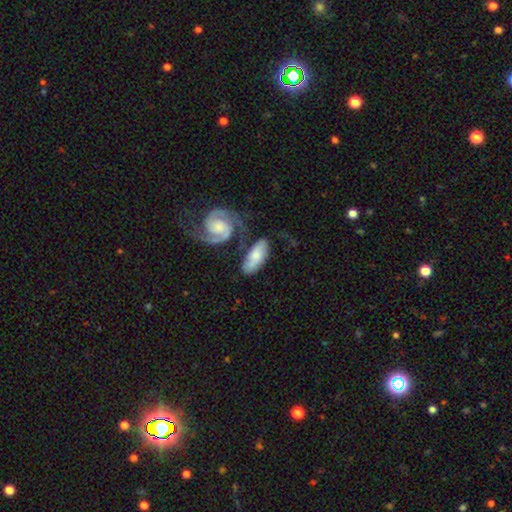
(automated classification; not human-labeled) Smooth or featured? featured or disk (50%)
Edge-on disk? no (86%)
Merging? none (46%)